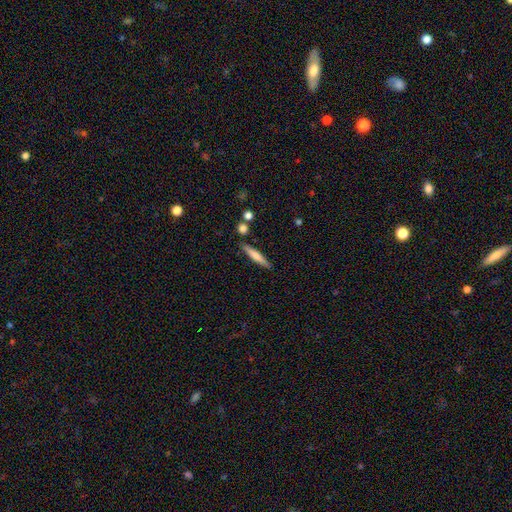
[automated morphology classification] smooth_or_featured: smooth (p=0.61) [alt: featured or disk p=0.33]
how_rounded: cigar-shaped (p=0.91) [alt: in between p=0.07]
merging: none (p=0.85) [alt: minor disturbance p=0.08]